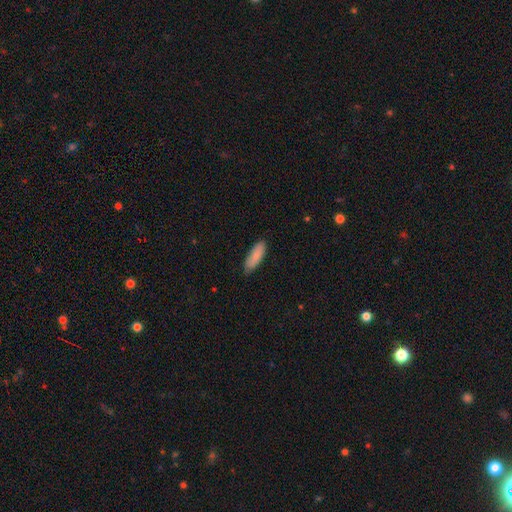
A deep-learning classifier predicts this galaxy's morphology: type=smooth (86%); roundness=in between (53%); merging=none (80%).